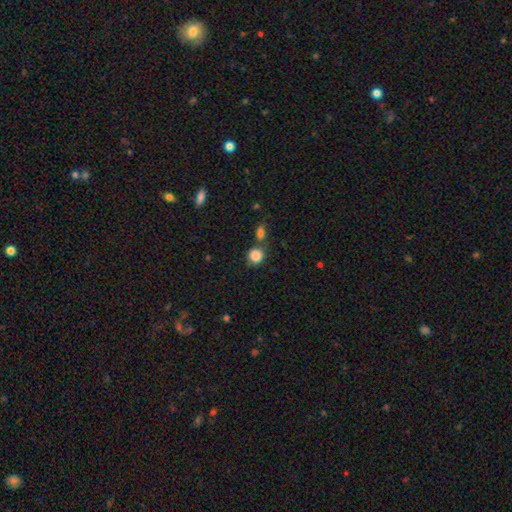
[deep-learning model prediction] Smooth or featured? smooth (86%)
How rounded? round (82%)
Merging? none (63%)